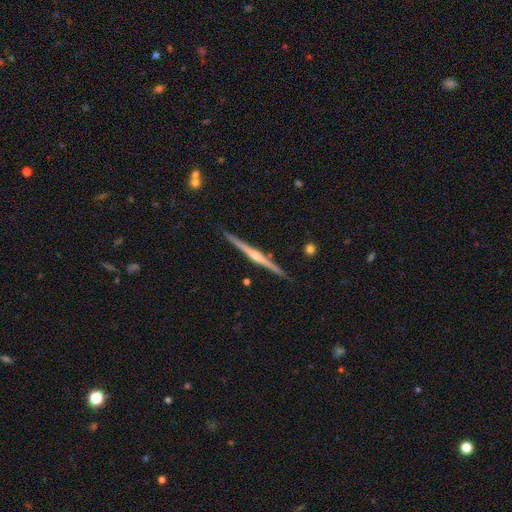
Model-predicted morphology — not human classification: Overall: featured or disk (84%). Edge-on disk: yes (99%). Edge-on bulge: rounded (82%). Merging: none (92%).